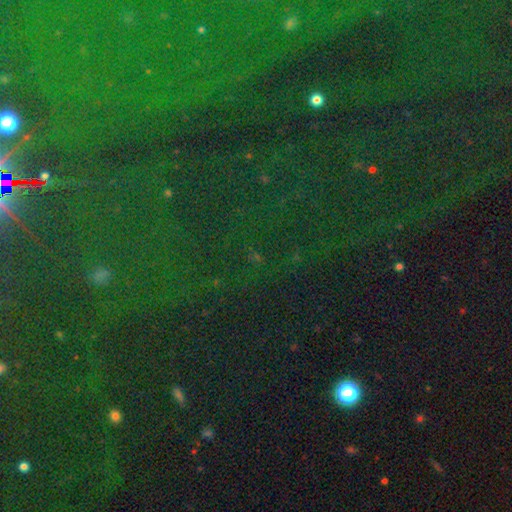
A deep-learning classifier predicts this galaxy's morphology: Smooth or featured? Predicted: star or artifact (p=0.80).